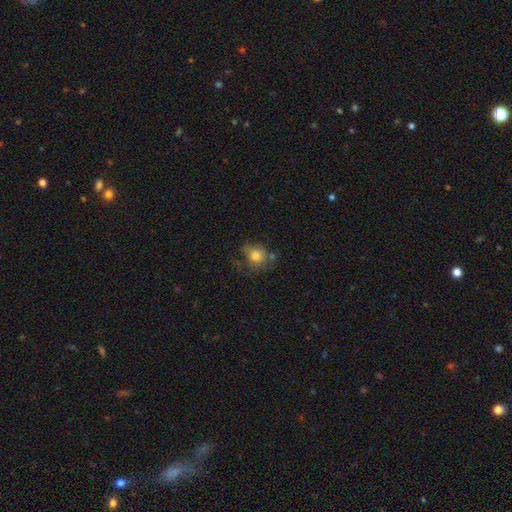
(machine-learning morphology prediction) Smooth or featured: smooth — 74% (featured or disk — 16%)
How rounded: round — 71% (in between — 28%)
Merging: none — 46% (minor disturbance — 27%)